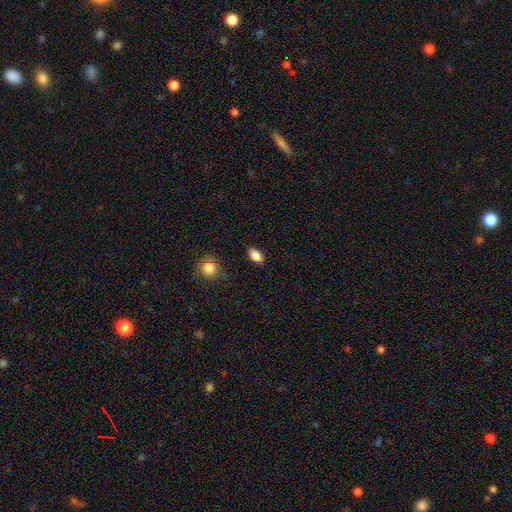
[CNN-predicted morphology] smooth-or-featured: smooth: 84% | star or artifact: 9% | featured or disk: 7%
  how-rounded: in between: 87% | round: 10% | cigar-shaped: 3%
  merging: none: 85% | minor disturbance: 10% | major disturbance: 2% | merger: 2%